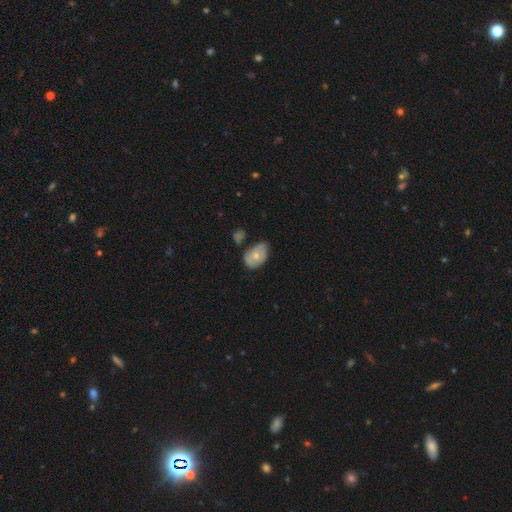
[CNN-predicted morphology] Smooth or featured? Predicted: smooth (p=0.57). How rounded? Predicted: in between (p=0.81). Merging? Predicted: none (p=0.43).